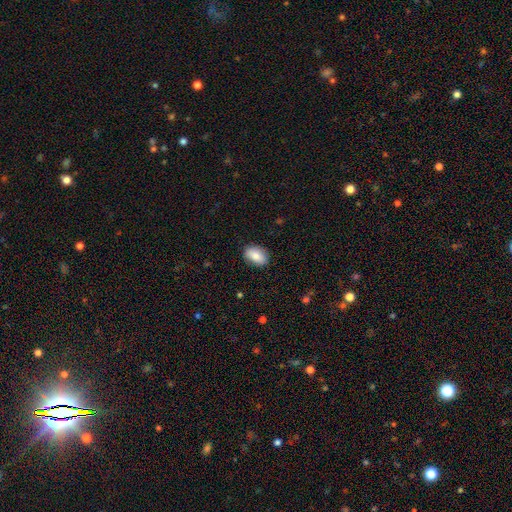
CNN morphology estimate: Smooth or featured?
  - smooth: 81% *
  - featured or disk: 11%
  - star or artifact: 7%
How rounded?
  - in between: 87% *
  - round: 12%
  - cigar-shaped: 2%
Merging?
  - none: 86% *
  - minor disturbance: 11%
  - major disturbance: 2%
  - merger: 1%